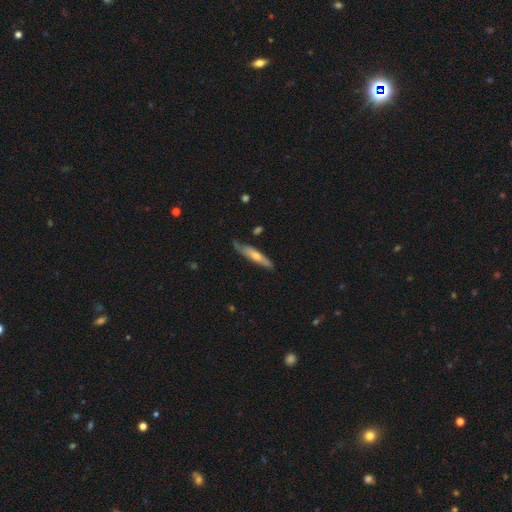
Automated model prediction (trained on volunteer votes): Overall: featured or disk (57%; smooth 37%). Edge-on disk: yes (80%). Merging: none (77%).